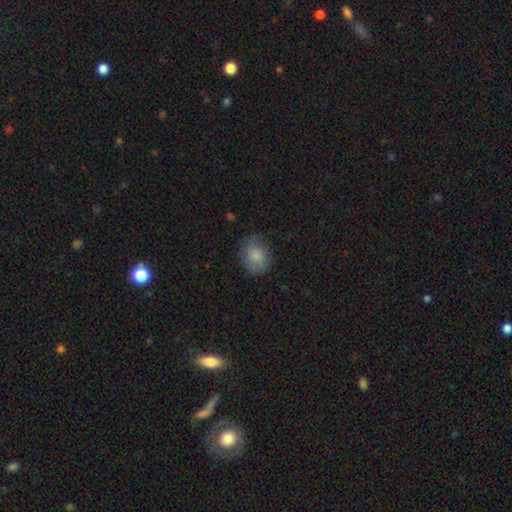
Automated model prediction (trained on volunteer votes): Smooth or featured? Predicted: smooth (p=0.82). How rounded? Predicted: round (p=0.65). Merging? Predicted: none (p=0.75).